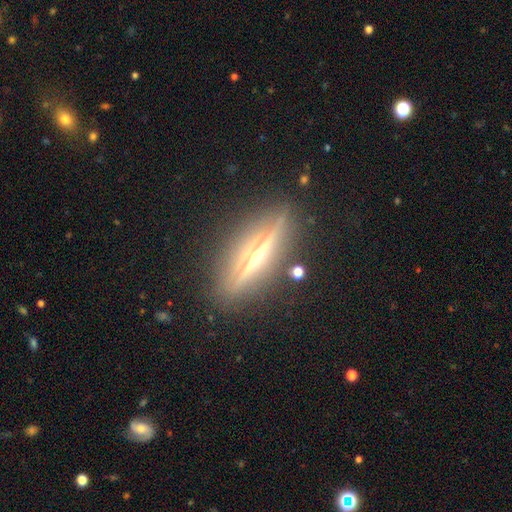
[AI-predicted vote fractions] Smooth or featured? Predicted: featured or disk (p=0.82). Edge-on disk? Predicted: yes (p=0.95). Edge-on bulge? Predicted: rounded (p=0.87). Merging? Predicted: none (p=0.87).